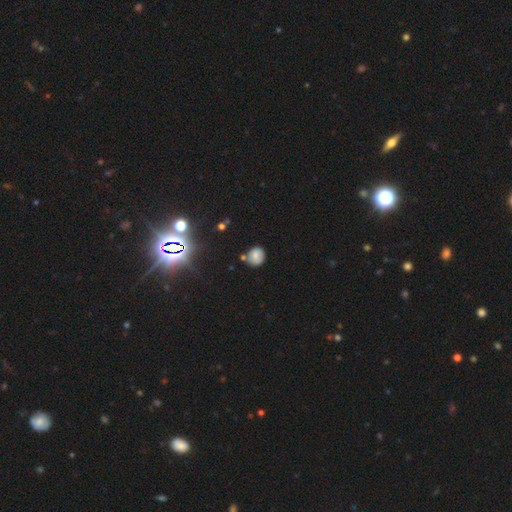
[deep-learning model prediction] smooth_or_featured: smooth (p=0.71) [alt: featured or disk p=0.14]
how_rounded: round (p=0.76) [alt: in between p=0.23]
merging: none (p=0.70) [alt: minor disturbance p=0.19]